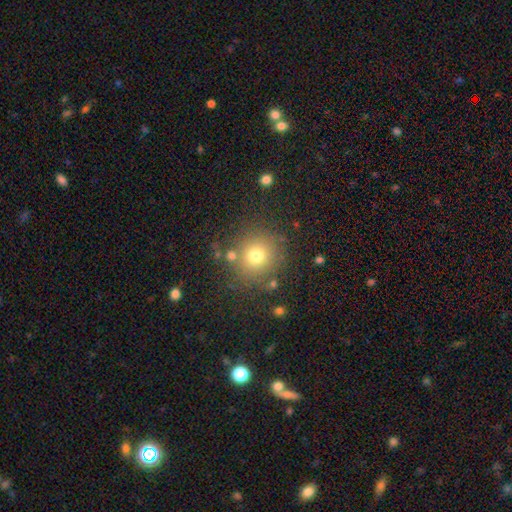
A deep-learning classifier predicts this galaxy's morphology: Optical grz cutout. It shows a smooth galaxy with no disk features (72%) that is round (93%). Merging: none (81%).